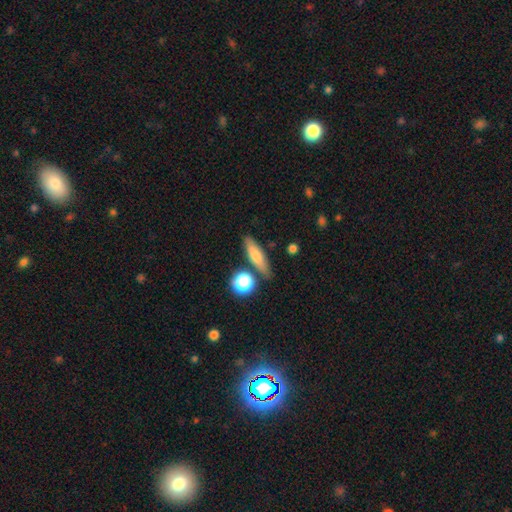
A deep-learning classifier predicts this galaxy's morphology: Q: Smooth or featured?
A: smooth (70%); runner-up: featured or disk (21%)
Q: How rounded?
A: cigar-shaped (58%); runner-up: in between (36%)
Q: Merging?
A: none (78%); runner-up: minor disturbance (12%)